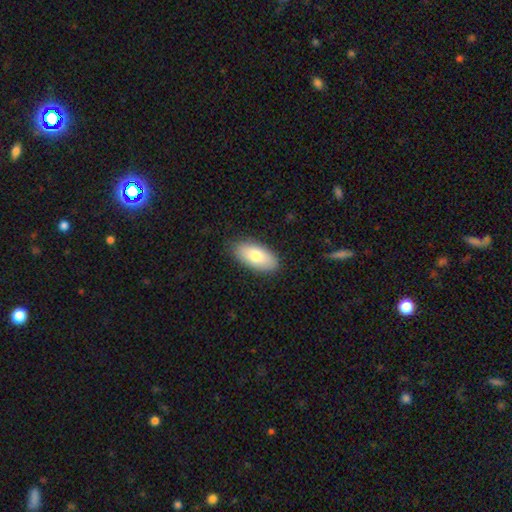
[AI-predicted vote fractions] Smooth or featured: smooth — 79% (featured or disk — 15%)
How rounded: in between — 92% (cigar-shaped — 6%)
Merging: none — 86% (minor disturbance — 11%)